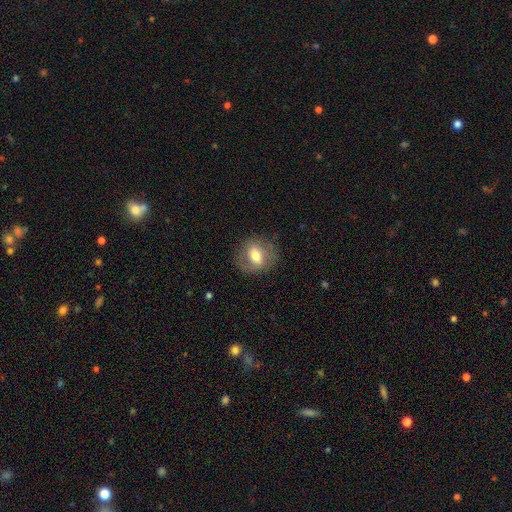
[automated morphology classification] A smooth galaxy with no disk features (54%) that is round (55%). Merging: none (77%).